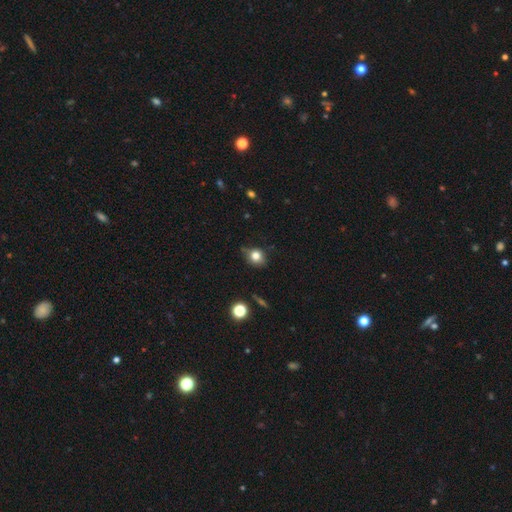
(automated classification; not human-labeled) smooth 79%, star or artifact 12%, featured or disk 9%. Down the decision tree: how rounded — round (70%); merging — none (70%).